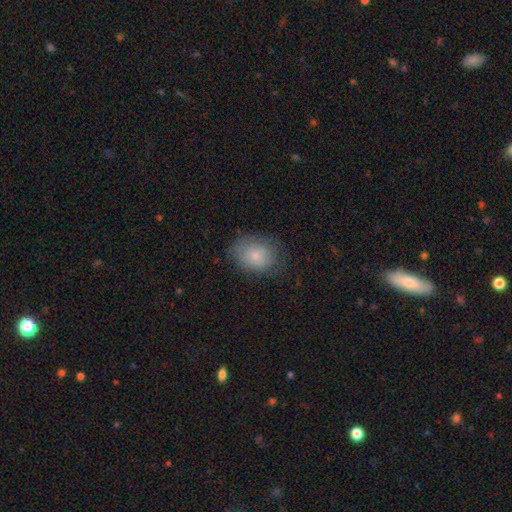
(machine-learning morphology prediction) Q: Smooth or featured?
A: smooth (82%); runner-up: featured or disk (11%)
Q: How rounded?
A: in between (61%); runner-up: round (38%)
Q: Merging?
A: none (71%); runner-up: minor disturbance (21%)